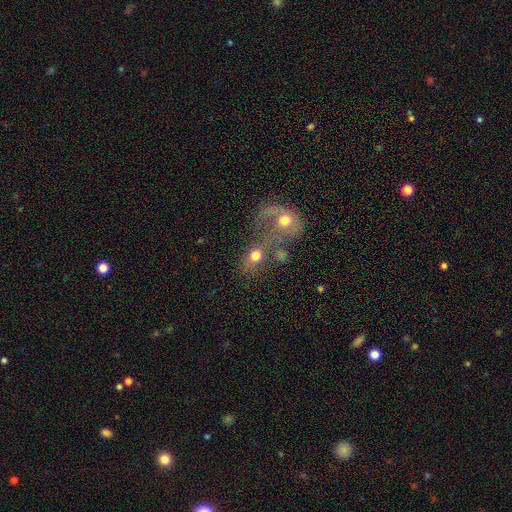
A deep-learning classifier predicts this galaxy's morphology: Q: Smooth or featured?
A: smooth (59%); runner-up: featured or disk (28%)
Q: How rounded?
A: in between (52%); runner-up: round (46%)
Q: Merging?
A: merger (67%); runner-up: none (15%)